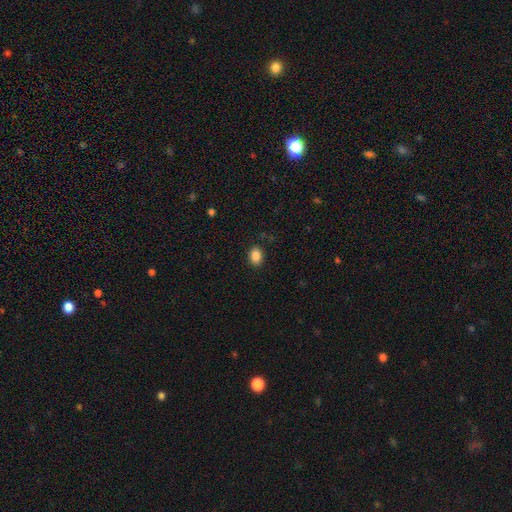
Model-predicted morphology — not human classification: Smooth or featured? smooth (87%)
How rounded? in between (67%)
Merging? none (87%)